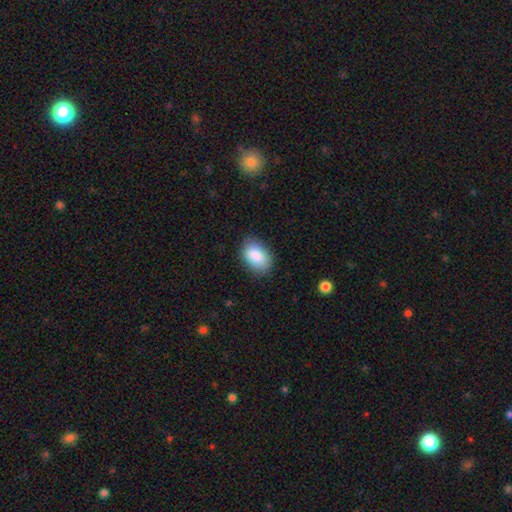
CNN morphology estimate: Smooth or featured?
  - smooth: 89% *
  - star or artifact: 6%
  - featured or disk: 5%
How rounded?
  - in between: 89% *
  - round: 10%
  - cigar-shaped: 1%
Merging?
  - none: 84% *
  - minor disturbance: 12%
  - major disturbance: 3%
  - merger: 1%